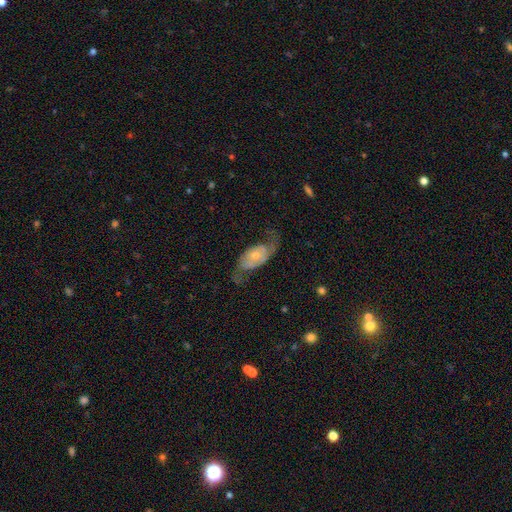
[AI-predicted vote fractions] Overall: featured or disk (66%; smooth 28%). Edge-on disk: no (92%). Bar: no (73%). Spiral arms: yes (80%). Bulge size: moderate (53%; small 37%). Merging: none (49%; minor disturbance 25%).